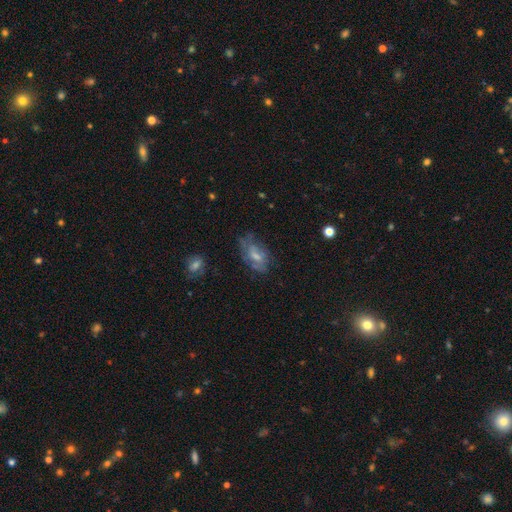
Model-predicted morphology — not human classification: Smooth or featured: featured or disk — 49% (smooth — 34%)
Merging: none — 60% (minor disturbance — 24%)